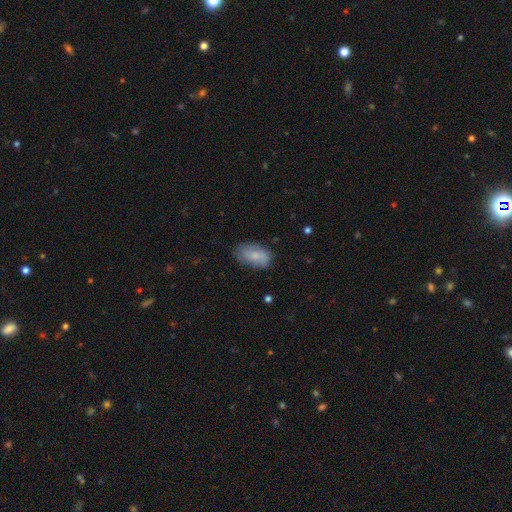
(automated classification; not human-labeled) Smooth or featured? Predicted: smooth (p=0.73). How rounded? Predicted: in between (p=0.92). Merging? Predicted: none (p=0.71).